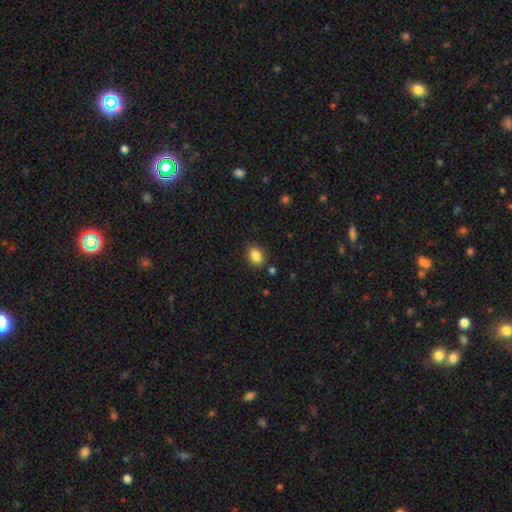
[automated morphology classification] smooth 85%, star or artifact 10%, featured or disk 6%. Down the decision tree: how rounded — in between (61%); merging — none (86%).